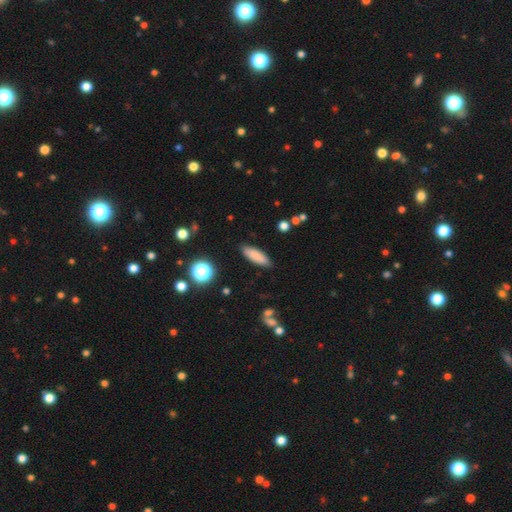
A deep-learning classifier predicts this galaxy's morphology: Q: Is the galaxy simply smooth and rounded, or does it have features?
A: smooth — 84%.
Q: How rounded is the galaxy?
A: in between — 52%.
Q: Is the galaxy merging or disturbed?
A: none — 88%.